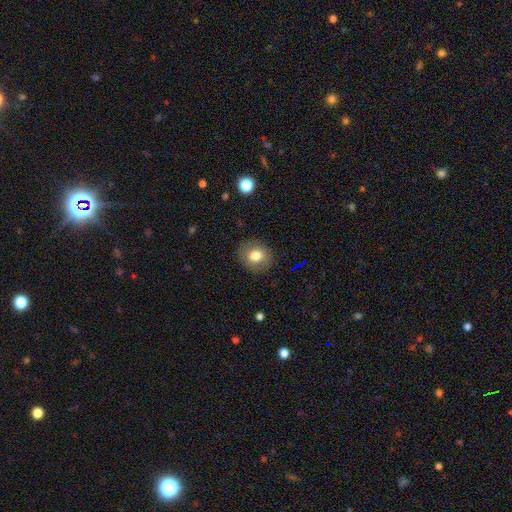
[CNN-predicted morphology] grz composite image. It shows a smooth galaxy with no disk features (77%) that is round (79%). Merging: none (88%).